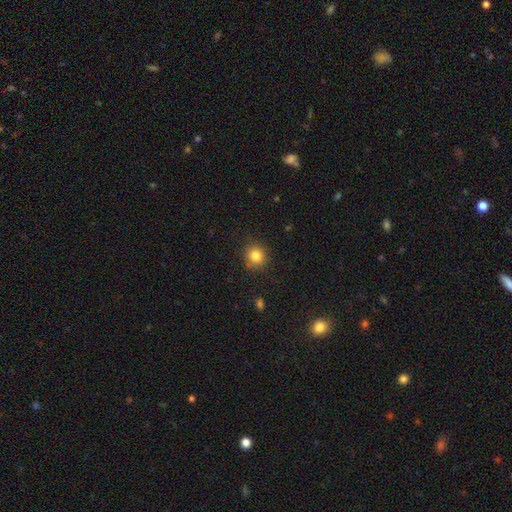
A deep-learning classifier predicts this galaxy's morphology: Smooth or featured: smooth — 84% (star or artifact — 11%)
How rounded: round — 88% (in between — 11%)
Merging: none — 86% (minor disturbance — 10%)